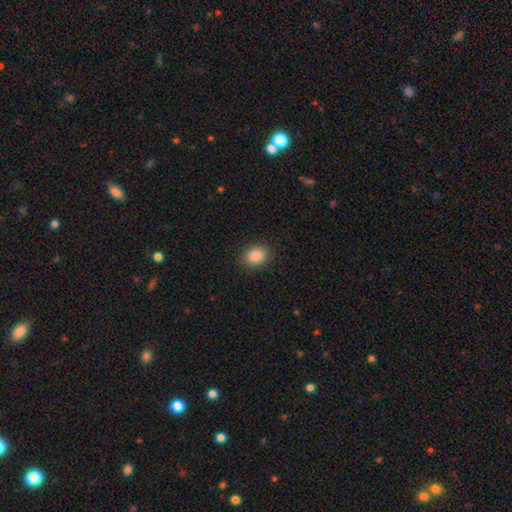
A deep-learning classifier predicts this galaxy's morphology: This appears to be a smooth galaxy with no disk features (88%) that is in between round and cigar-shaped (65%). Merging: none (88%).